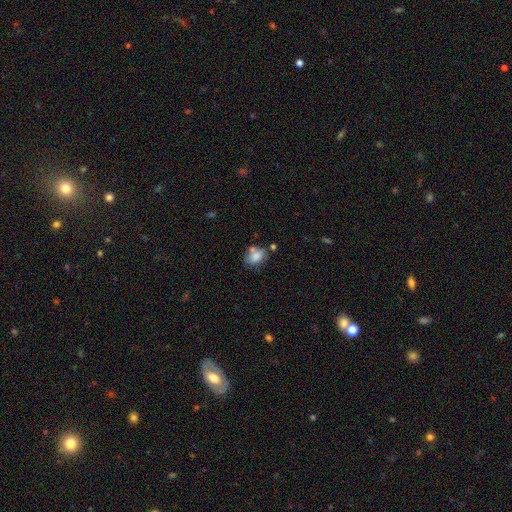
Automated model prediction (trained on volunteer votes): Smooth or featured?
  - smooth: 80% *
  - featured or disk: 11%
  - star or artifact: 9%
How rounded?
  - in between: 69% *
  - round: 30%
  - cigar-shaped: 1%
Merging?
  - none: 54% *
  - minor disturbance: 23%
  - merger: 16%
  - major disturbance: 7%